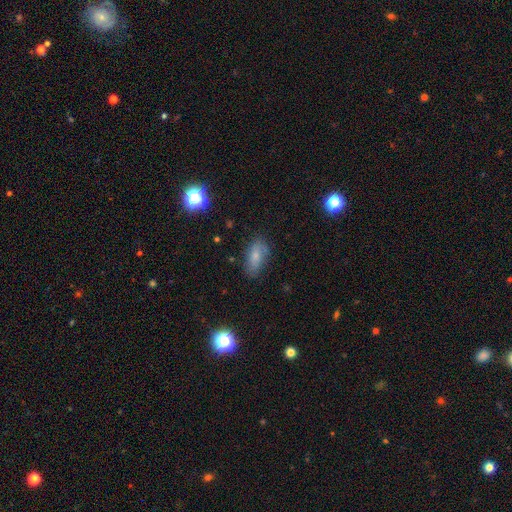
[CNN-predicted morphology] Smooth or featured?
  - smooth: 67% *
  - featured or disk: 22%
  - star or artifact: 11%
How rounded?
  - in between: 86% *
  - cigar-shaped: 8%
  - round: 5%
Merging?
  - none: 72% *
  - minor disturbance: 21%
  - major disturbance: 6%
  - merger: 2%